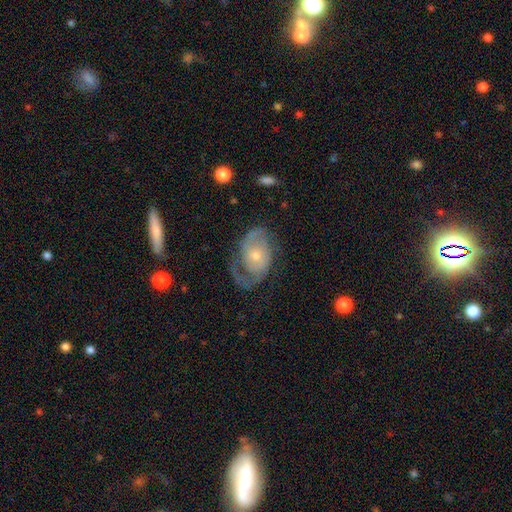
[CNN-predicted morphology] featured or disk 76%, smooth 18%, star or artifact 6%. Down the decision tree: edge-on disk — no (96%); bar — no (73%); spiral arms — yes (86%); spiral arm count — 2 (57%); spiral winding — tight (40%); bulge size — small (54%); merging — none (53%).